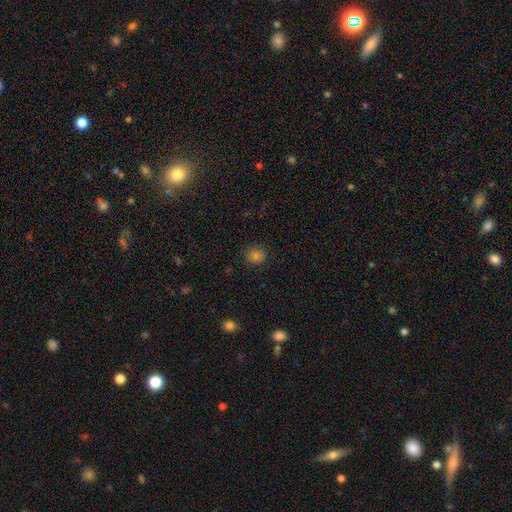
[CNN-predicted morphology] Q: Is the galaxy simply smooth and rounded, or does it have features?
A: smooth — 79%.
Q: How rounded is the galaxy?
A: round — 82%.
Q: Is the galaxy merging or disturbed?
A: none — 87%.